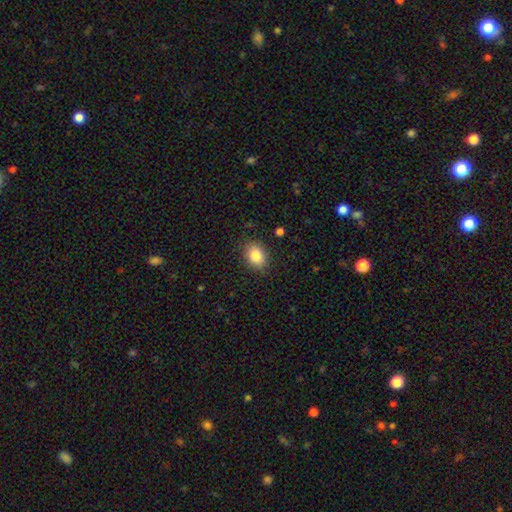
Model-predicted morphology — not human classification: smooth 85%, star or artifact 8%, featured or disk 6%. Down the decision tree: how rounded — in between (70%); merging — none (85%).